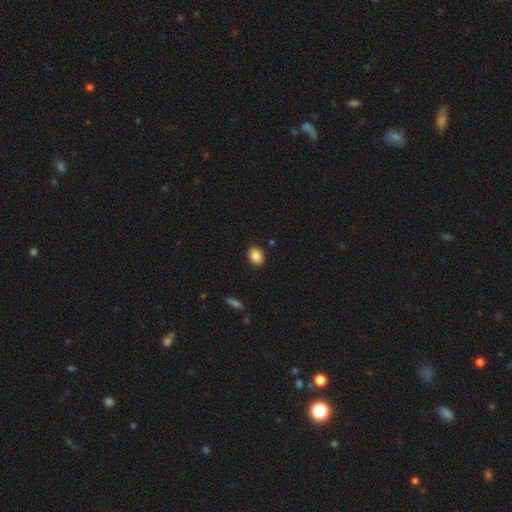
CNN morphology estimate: A smooth galaxy with no disk features (87%) that is in between round and cigar-shaped (76%).

Vote fractions:
- Smooth or featured? smooth: 87% / star or artifact: 8% / featured or disk: 5%
- How rounded? in between: 76% / round: 22% / cigar-shaped: 1%
- Merging? none: 89% / minor disturbance: 8% / major disturbance: 2% / merger: 1%